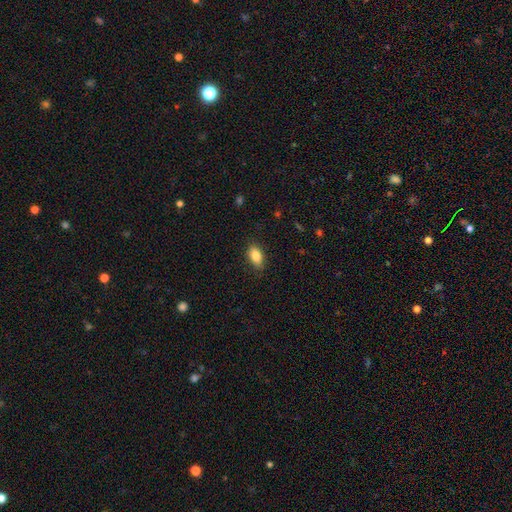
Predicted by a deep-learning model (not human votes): Q: Smooth or featured?
A: smooth (85%); runner-up: star or artifact (8%)
Q: How rounded?
A: in between (88%); runner-up: round (7%)
Q: Merging?
A: none (84%); runner-up: minor disturbance (13%)